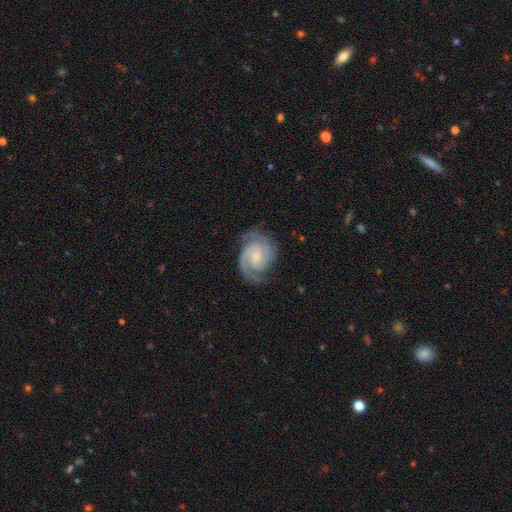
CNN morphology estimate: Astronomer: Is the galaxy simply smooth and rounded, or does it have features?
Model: featured or disk — 90%.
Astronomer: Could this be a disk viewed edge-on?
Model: no — 98%.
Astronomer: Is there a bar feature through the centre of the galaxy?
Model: no — 63%.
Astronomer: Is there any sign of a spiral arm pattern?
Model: yes — 98%.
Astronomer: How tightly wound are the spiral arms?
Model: tight — 53% (runner-up: medium, 40%).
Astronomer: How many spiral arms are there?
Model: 2 — 70%.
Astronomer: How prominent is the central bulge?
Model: small — 70%.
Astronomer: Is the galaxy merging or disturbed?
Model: none — 75%.